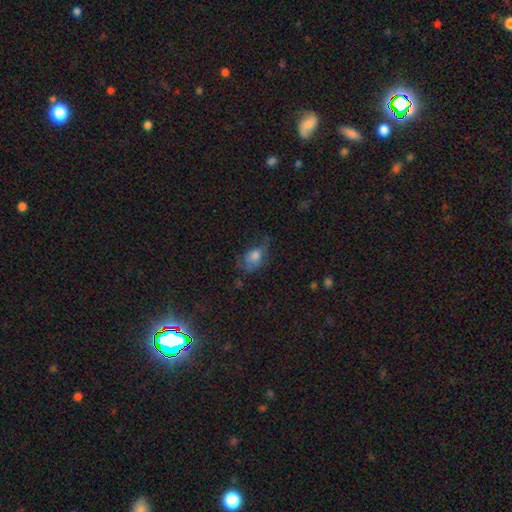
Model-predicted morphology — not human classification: smooth-or-featured: smooth: 67% | featured or disk: 21% | star or artifact: 12%
  how-rounded: in between: 81% | round: 17% | cigar-shaped: 3%
  merging: none: 40% | minor disturbance: 32% | major disturbance: 26% | merger: 3%